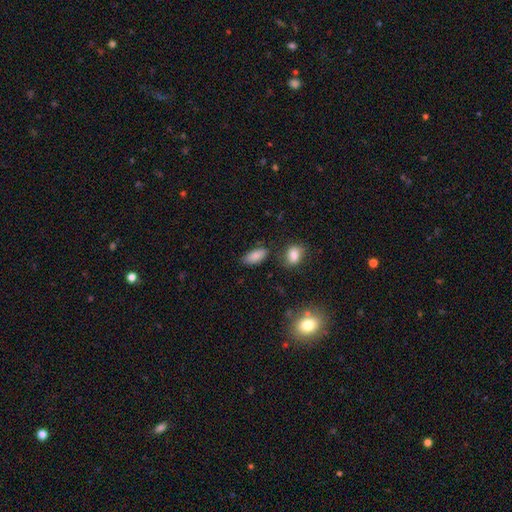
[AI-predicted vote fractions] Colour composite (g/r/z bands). It shows a smooth galaxy with no disk features (86%) that is in between round and cigar-shaped (90%). Merging: none (76%).